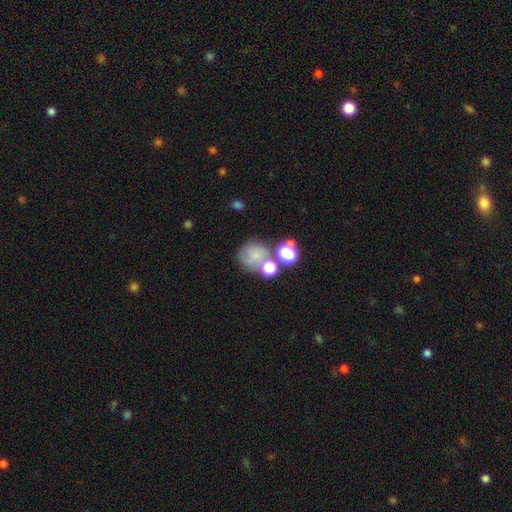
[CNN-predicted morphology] Smooth or featured? smooth (62%)
How rounded? round (78%)
Merging? none (45%)